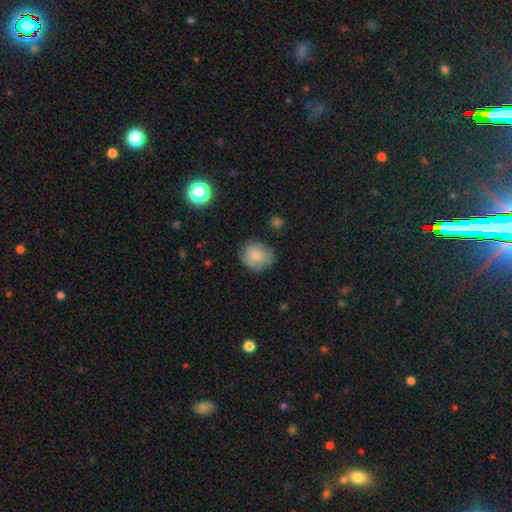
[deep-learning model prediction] Overall: smooth (78%). How rounded: round (65%; in between 34%). Merging: none (73%).